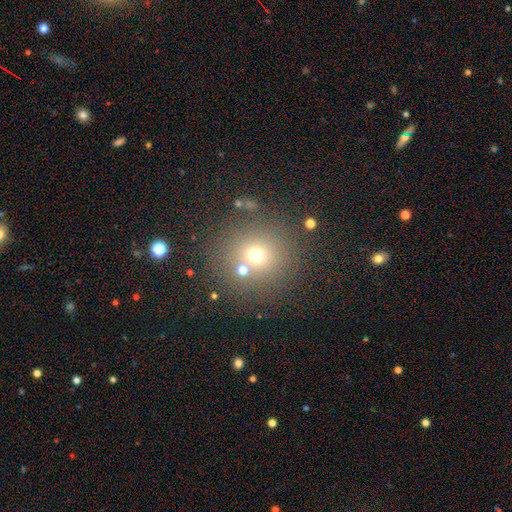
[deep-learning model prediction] A smooth galaxy with no disk features (64%) that is round (88%).

Vote fractions:
- Smooth or featured? smooth: 64% / star or artifact: 23% / featured or disk: 13%
- How rounded? round: 88% / in between: 11% / cigar-shaped: 1%
- Merging? none: 74% / merger: 12% / minor disturbance: 9% / major disturbance: 5%